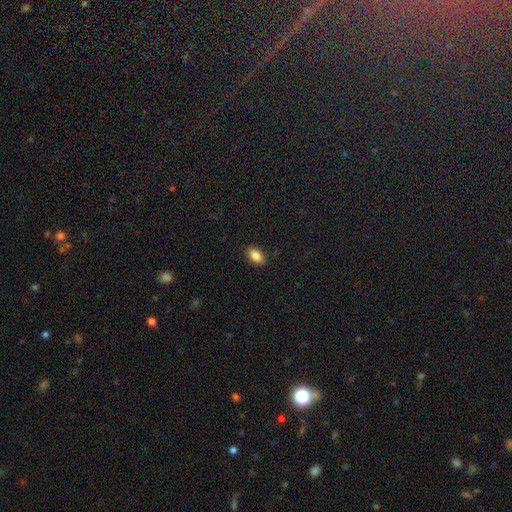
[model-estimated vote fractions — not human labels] Smooth or featured?
  - smooth: 86% *
  - star or artifact: 8%
  - featured or disk: 6%
How rounded?
  - in between: 91% *
  - round: 7%
  - cigar-shaped: 2%
Merging?
  - none: 88% *
  - minor disturbance: 9%
  - major disturbance: 2%
  - merger: 1%